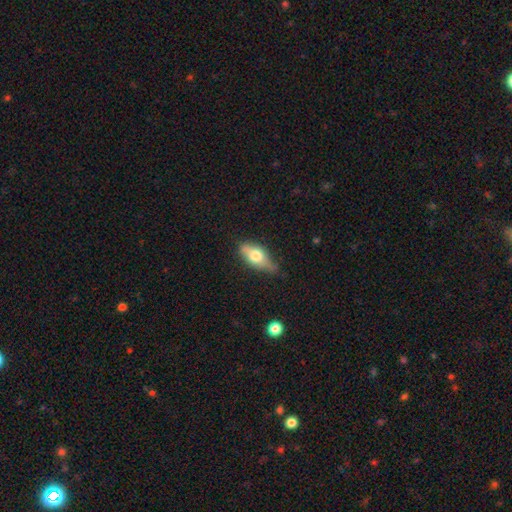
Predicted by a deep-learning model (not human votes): smooth_or_featured: smooth (p=0.55) [alt: featured or disk p=0.38]
how_rounded: in between (p=0.75) [alt: cigar-shaped p=0.20]
merging: none (p=0.61) [alt: minor disturbance p=0.29]